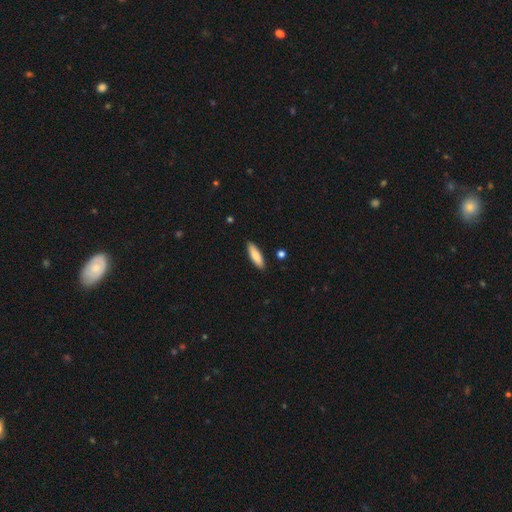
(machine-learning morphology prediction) smooth_or_featured: smooth (p=0.81) [alt: featured or disk p=0.13]
how_rounded: cigar-shaped (p=0.56) [alt: in between p=0.43]
merging: none (p=0.88) [alt: minor disturbance p=0.09]